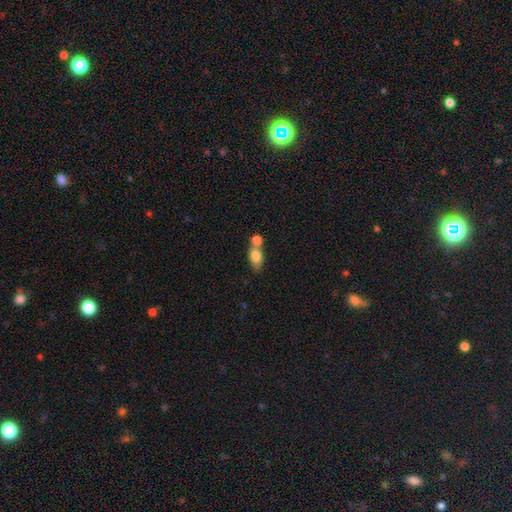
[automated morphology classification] A smooth galaxy with no disk features (79%) that is in between round and cigar-shaped (77%).

Vote fractions:
- Smooth or featured? smooth: 79% / featured or disk: 13% / star or artifact: 8%
- How rounded? in between: 77% / round: 17% / cigar-shaped: 6%
- Merging? merger: 48% / none: 37% / minor disturbance: 11% / major disturbance: 5%